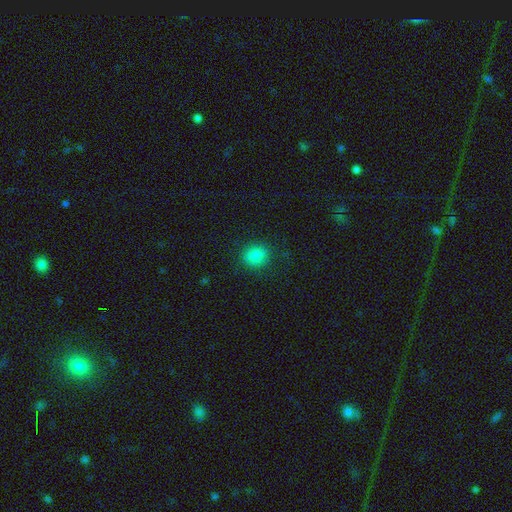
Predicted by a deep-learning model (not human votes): smooth-or-featured: smooth: 85% | star or artifact: 12% | featured or disk: 3%
  how-rounded: round: 67% | in between: 32% | cigar-shaped: 1%
  merging: none: 86% | minor disturbance: 10% | major disturbance: 3% | merger: 1%